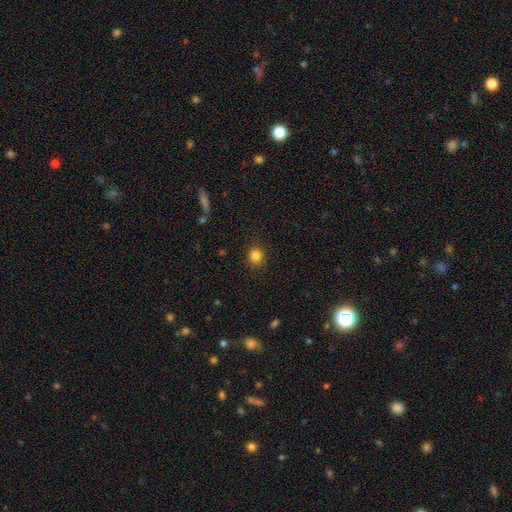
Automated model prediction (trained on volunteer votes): A smooth galaxy with no disk features (84%) that is round (87%). Merging: none (89%).